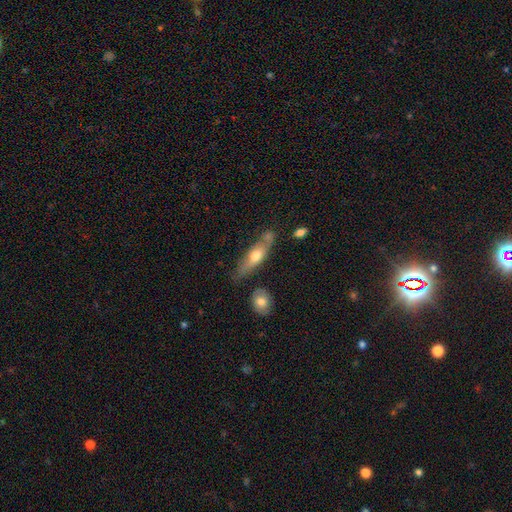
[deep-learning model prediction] A smooth galaxy with no disk features (52%) that is cigar-shaped (59%).

Vote fractions:
- Smooth or featured? smooth: 52% / featured or disk: 42% / star or artifact: 6%
- How rounded? cigar-shaped: 59% / in between: 38% / round: 3%
- Merging? none: 59% / minor disturbance: 22% / merger: 12% / major disturbance: 6%